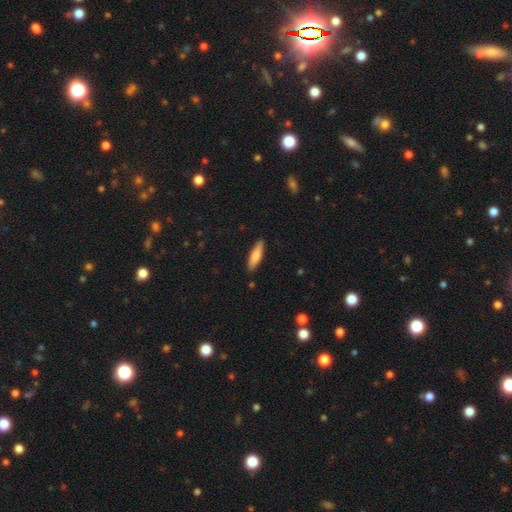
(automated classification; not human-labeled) smooth_or_featured: smooth (p=0.76) [alt: featured or disk p=0.19]
how_rounded: cigar-shaped (p=0.65) [alt: in between p=0.33]
merging: none (p=0.88) [alt: minor disturbance p=0.09]